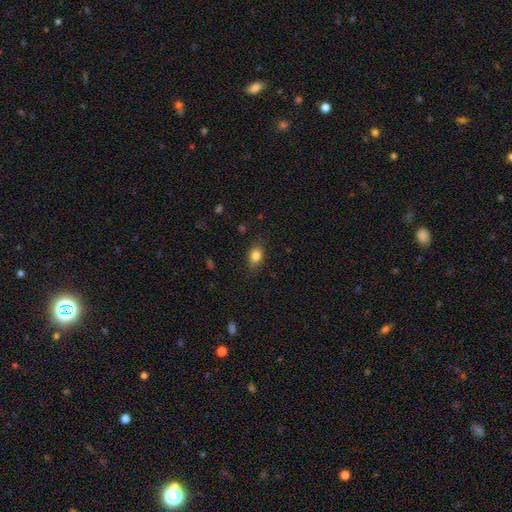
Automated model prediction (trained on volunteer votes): This is clearly a smooth galaxy (83%). How rounded: likely in between (74%). Merging: clearly none (81%).